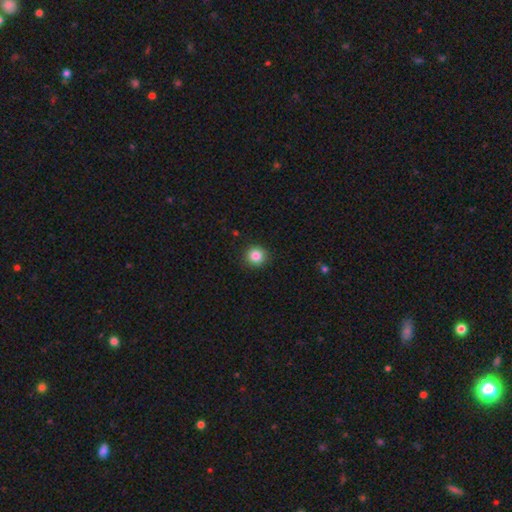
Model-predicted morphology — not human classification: Smooth or featured?
  - smooth: 85% *
  - star or artifact: 10%
  - featured or disk: 4%
How rounded?
  - round: 93% *
  - in between: 6%
  - cigar-shaped: 1%
Merging?
  - none: 90% *
  - minor disturbance: 7%
  - major disturbance: 2%
  - merger: 1%